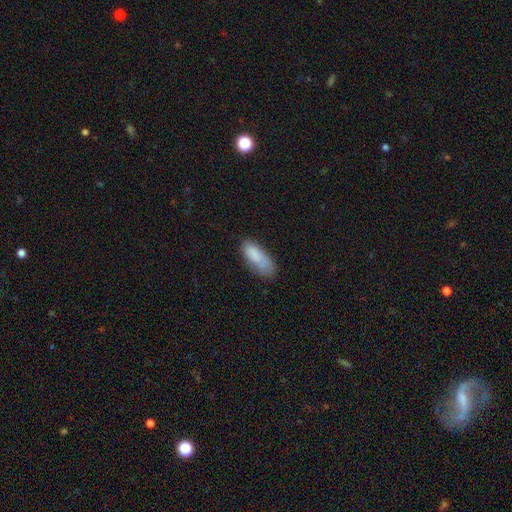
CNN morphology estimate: smooth-or-featured: smooth: 82% | featured or disk: 11% | star or artifact: 7%
  how-rounded: in between: 76% | cigar-shaped: 22% | round: 2%
  merging: none: 56% | minor disturbance: 30% | major disturbance: 11% | merger: 4%